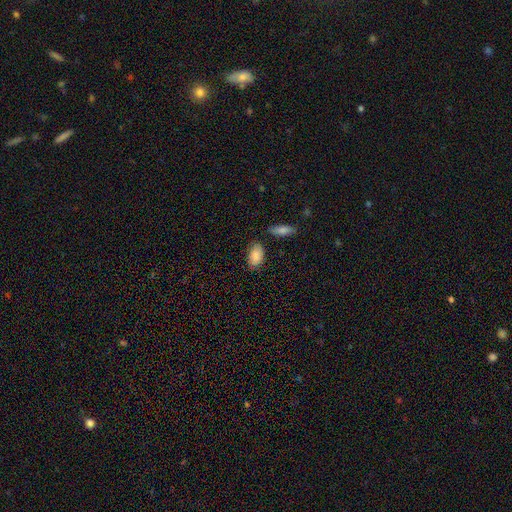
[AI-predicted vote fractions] smooth_or_featured: smooth (p=0.85) [alt: featured or disk p=0.08]
how_rounded: in between (p=0.92) [alt: round p=0.05]
merging: none (p=0.75) [alt: minor disturbance p=0.17]